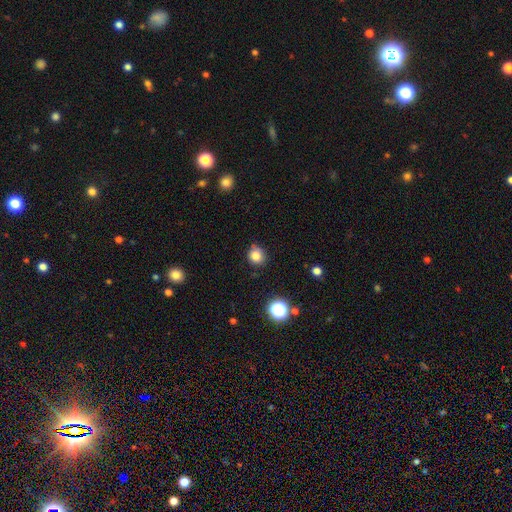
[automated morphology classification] A smooth galaxy with no disk features (82%) that is round (84%).

Vote fractions:
- Smooth or featured? smooth: 82% / star or artifact: 13% / featured or disk: 5%
- How rounded? round: 84% / in between: 15% / cigar-shaped: 1%
- Merging? none: 77% / minor disturbance: 17% / major disturbance: 3% / merger: 2%